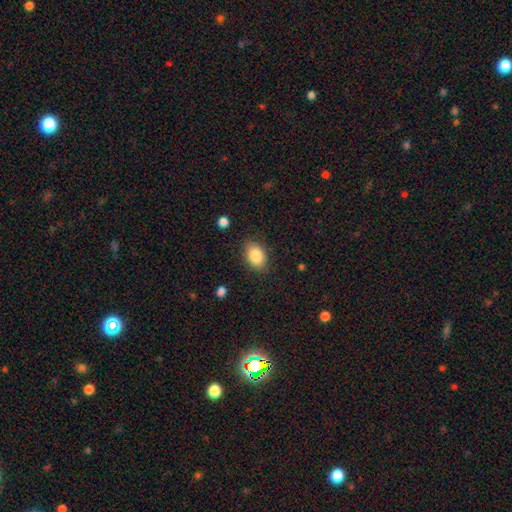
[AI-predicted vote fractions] Smooth or featured? smooth (86%)
How rounded? in between (82%)
Merging? none (84%)